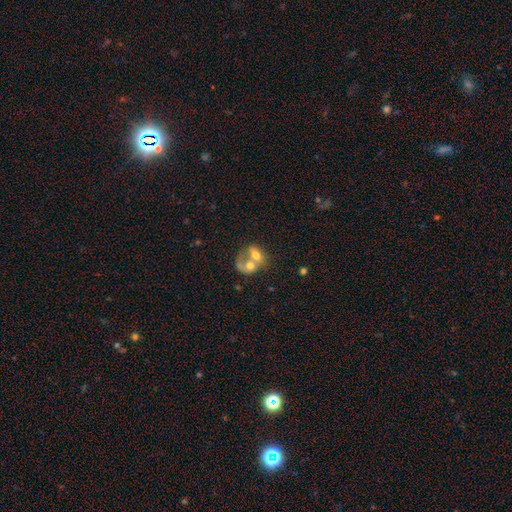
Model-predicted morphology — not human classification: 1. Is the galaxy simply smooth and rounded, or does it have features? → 53% smooth, 39% featured or disk, 8% star or artifact.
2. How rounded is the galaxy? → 59% in between, 40% round, 2% cigar-shaped.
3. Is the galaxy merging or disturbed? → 77% merger, 11% none, 7% major disturbance, 5% minor disturbance.